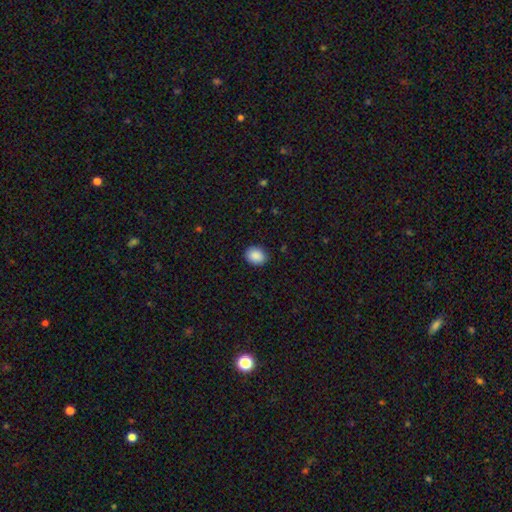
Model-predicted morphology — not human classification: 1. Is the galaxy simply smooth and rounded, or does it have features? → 89% smooth, 8% star or artifact, 3% featured or disk.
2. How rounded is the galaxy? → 50% round, 49% in between, 1% cigar-shaped.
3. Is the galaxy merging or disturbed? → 89% none, 8% minor disturbance, 2% major disturbance, 1% merger.